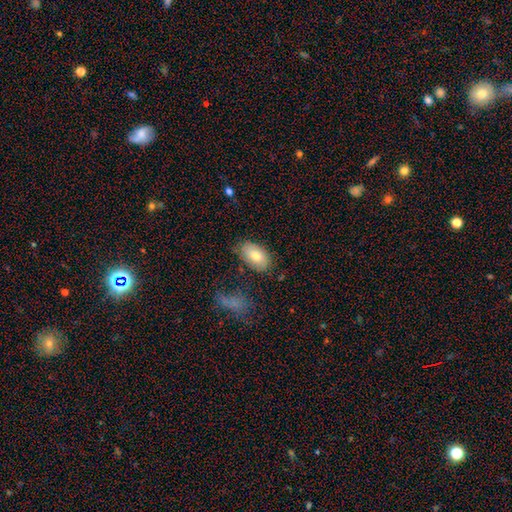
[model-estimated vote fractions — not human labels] smooth_or_featured: smooth (p=0.77) [alt: featured or disk p=0.17]
how_rounded: in between (p=0.93) [alt: round p=0.05]
merging: none (p=0.80) [alt: minor disturbance p=0.14]